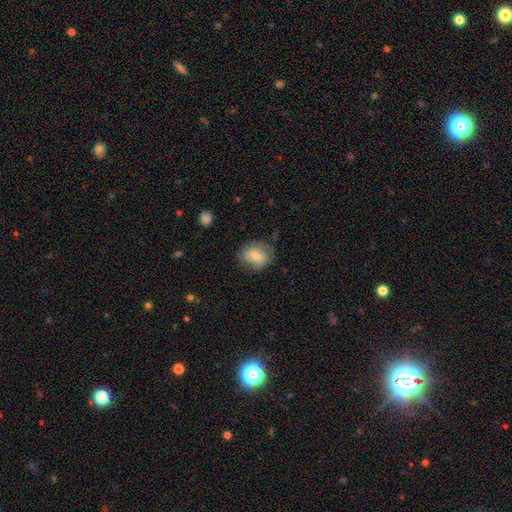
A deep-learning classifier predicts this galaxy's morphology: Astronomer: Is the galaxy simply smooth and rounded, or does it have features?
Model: smooth — 63%.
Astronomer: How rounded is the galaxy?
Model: round — 53% (runner-up: in between, 46%).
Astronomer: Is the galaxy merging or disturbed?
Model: none — 68%.